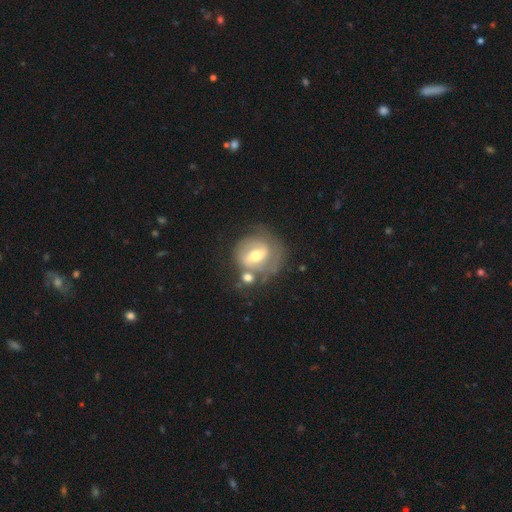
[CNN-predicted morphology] The model was most divided on "bar": weak: 46%, strong: 33%, no: 21%. More confident: edge-on disk — no (96%); spiral arms — yes (72%); bulge size — moderate (70%); smooth or featured — featured or disk (68%); merging — none (53%).